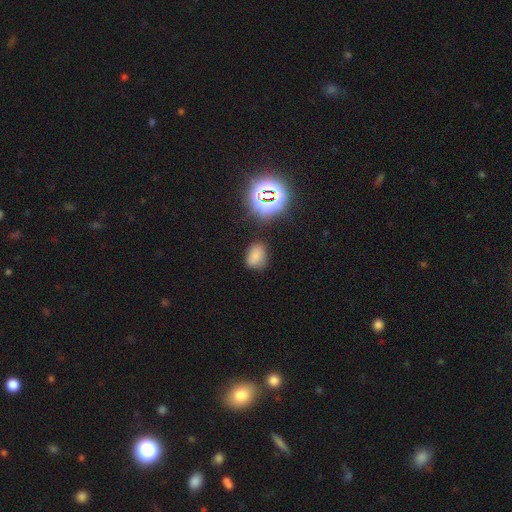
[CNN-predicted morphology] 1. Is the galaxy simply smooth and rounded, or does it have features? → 73% smooth, 20% star or artifact, 7% featured or disk.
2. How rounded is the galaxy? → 73% in between, 26% round, 1% cigar-shaped.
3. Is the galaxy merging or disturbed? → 75% none, 17% minor disturbance, 5% major disturbance, 3% merger.